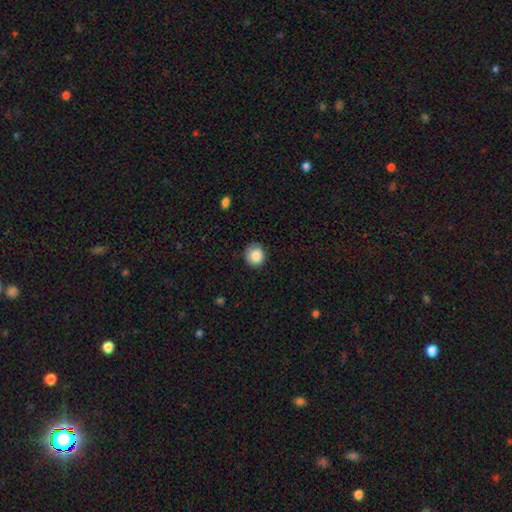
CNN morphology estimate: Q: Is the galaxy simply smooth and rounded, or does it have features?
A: smooth — 86%.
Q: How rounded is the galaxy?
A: round — 83%.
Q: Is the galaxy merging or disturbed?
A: none — 80%.